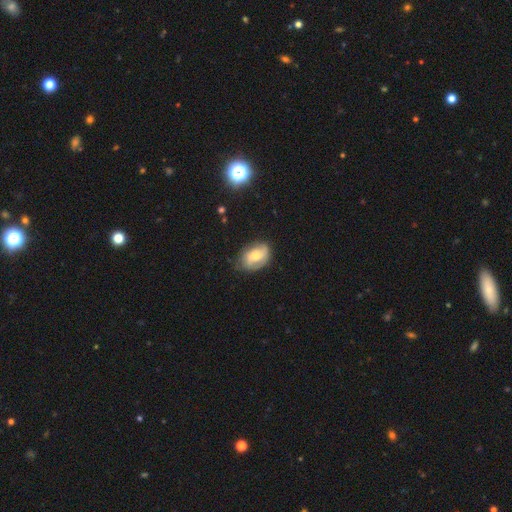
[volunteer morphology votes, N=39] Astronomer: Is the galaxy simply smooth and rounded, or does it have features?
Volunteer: featured or disk — 51% (runner-up: smooth, 46%).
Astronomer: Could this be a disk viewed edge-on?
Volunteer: no — 95%.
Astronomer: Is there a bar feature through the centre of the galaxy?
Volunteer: no — 68%.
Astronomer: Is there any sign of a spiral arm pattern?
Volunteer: yes — 89%.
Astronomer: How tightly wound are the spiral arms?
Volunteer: tight — 41% (runner-up: loose, 35%).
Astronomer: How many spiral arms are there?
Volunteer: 2 — 65%.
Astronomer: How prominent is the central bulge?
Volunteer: moderate — 68%.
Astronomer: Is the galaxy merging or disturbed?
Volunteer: none — 84%.